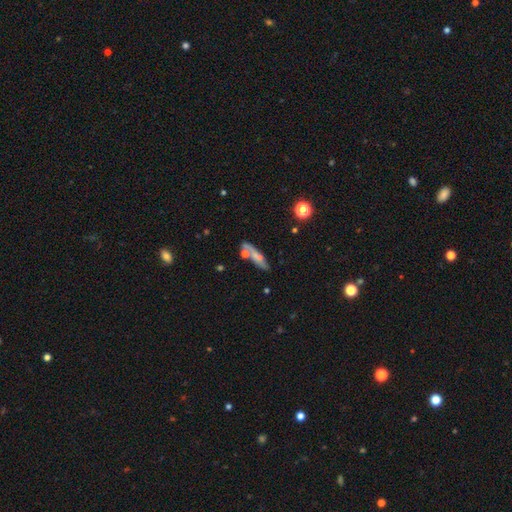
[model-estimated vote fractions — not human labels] A smooth galaxy with no disk features (51%) that is cigar-shaped (69%).

Vote fractions:
- Smooth or featured? smooth: 51% / featured or disk: 40% / star or artifact: 9%
- How rounded? cigar-shaped: 69% / in between: 26% / round: 5%
- Merging? none: 62% / minor disturbance: 18% / merger: 15% / major disturbance: 6%